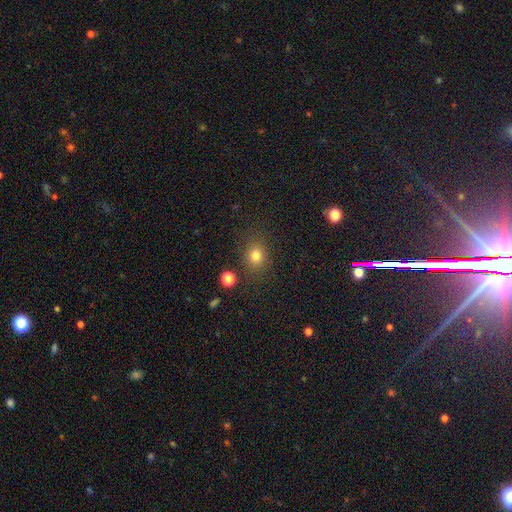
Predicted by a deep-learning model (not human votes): A smooth galaxy with no disk features (79%) that is round (67%).

Vote fractions:
- Smooth or featured? smooth: 79% / star or artifact: 14% / featured or disk: 7%
- How rounded? round: 67% / in between: 32% / cigar-shaped: 1%
- Merging? none: 82% / minor disturbance: 11% / major disturbance: 4% / merger: 3%